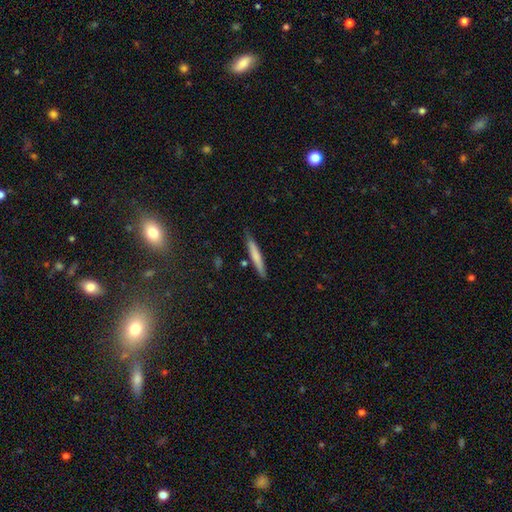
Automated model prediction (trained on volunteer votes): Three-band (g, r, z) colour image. It shows a smooth galaxy with no disk features (70%) that is cigar-shaped (95%). Merging: none (83%).